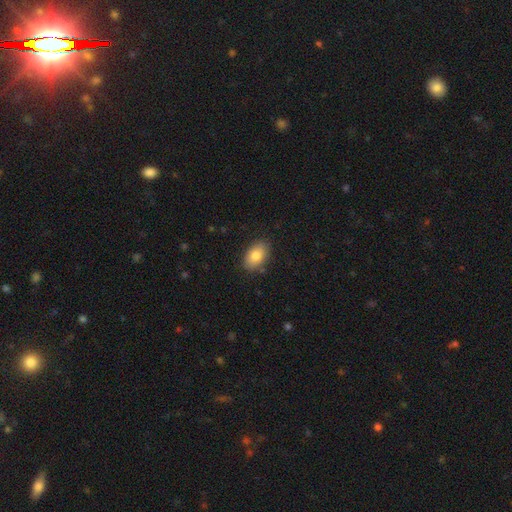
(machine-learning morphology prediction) This is clearly a smooth galaxy (83%). How rounded: clearly in between (91%). Merging: clearly none (85%).